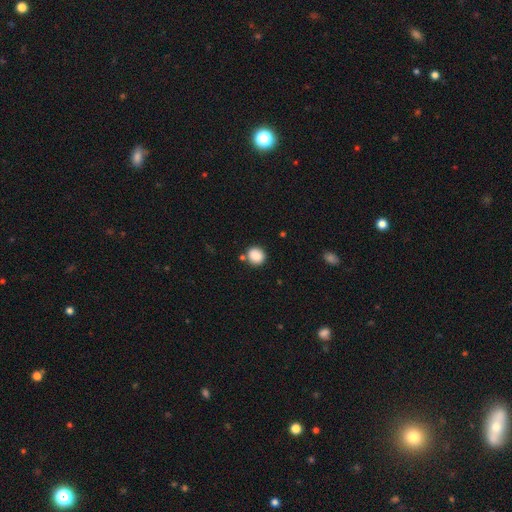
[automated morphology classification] Overall: smooth (86%). How rounded: round (87%). Merging: none (77%).